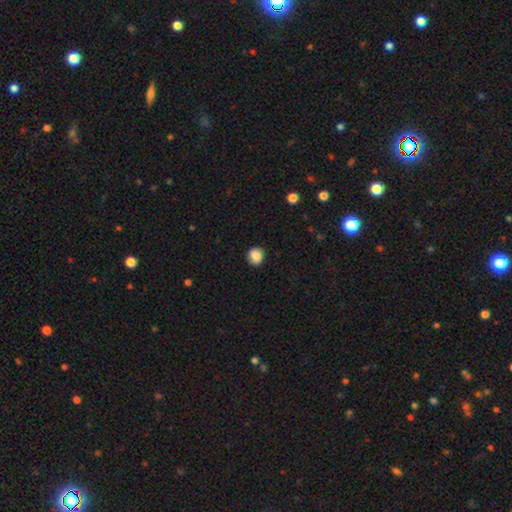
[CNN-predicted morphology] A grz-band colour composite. It shows a smooth galaxy with no disk features (85%) that is round (79%). Merging: none (85%).